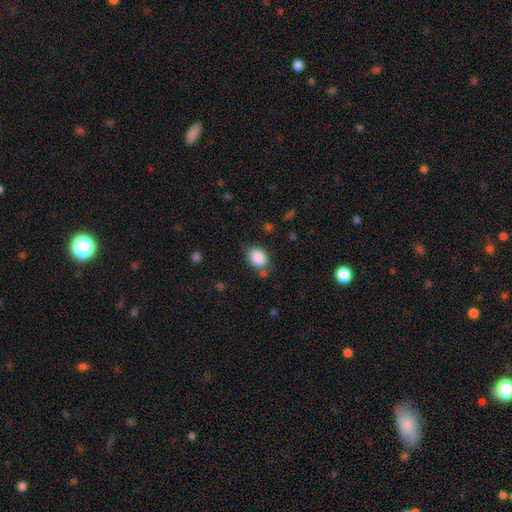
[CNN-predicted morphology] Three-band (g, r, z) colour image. It shows a smooth galaxy with no disk features (87%) that is in between round and cigar-shaped (56%). Merging: none (68%).